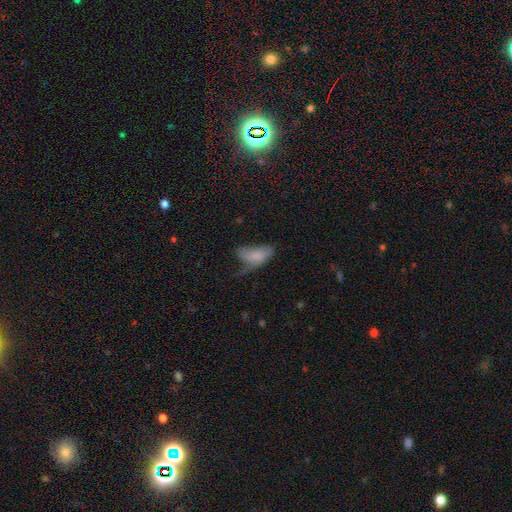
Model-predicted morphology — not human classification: A smooth galaxy with no disk features (68%) that is in between round and cigar-shaped (88%). Merging: major disturbance (46%).